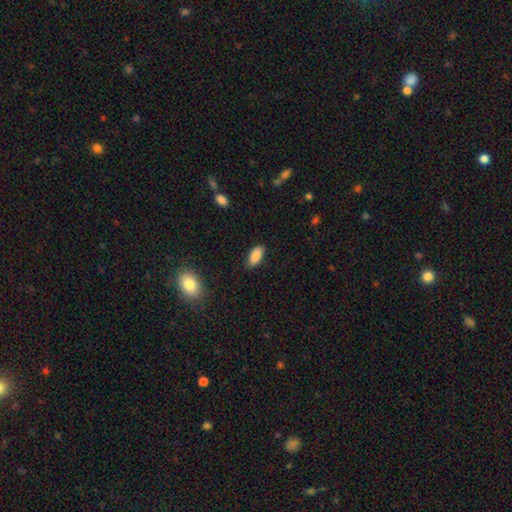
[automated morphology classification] The model was most divided on "merging": none: 87%, minor disturbance: 10%, major disturbance: 2%, merger: 1%. More confident: how rounded — in between (89%); smooth or featured — smooth (88%).